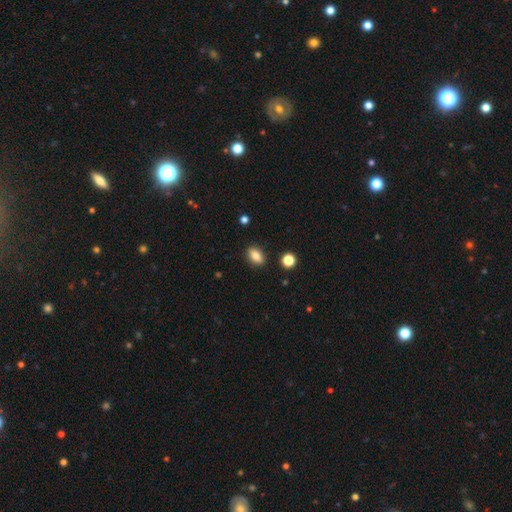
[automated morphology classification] A smooth galaxy with no disk features (79%) that is in between round and cigar-shaped (81%).

Vote fractions:
- Smooth or featured? smooth: 79% / featured or disk: 12% / star or artifact: 9%
- How rounded? in between: 81% / round: 13% / cigar-shaped: 5%
- Merging? none: 88% / minor disturbance: 8% / major disturbance: 2% / merger: 2%